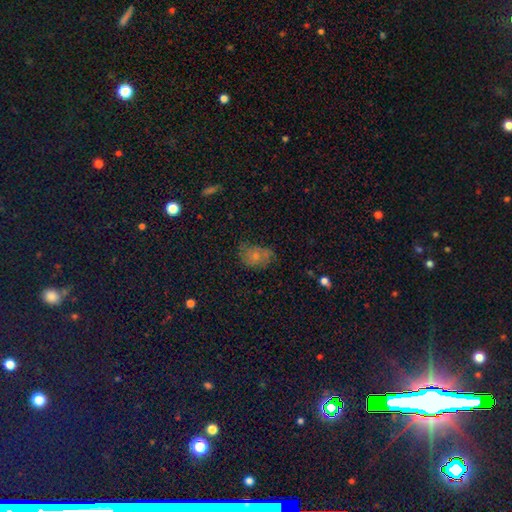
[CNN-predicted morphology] smooth-or-featured: smooth: 60% | featured or disk: 27% | star or artifact: 13%
  how-rounded: in between: 69% | round: 30% | cigar-shaped: 2%
  merging: none: 51% | minor disturbance: 31% | major disturbance: 15% | merger: 4%